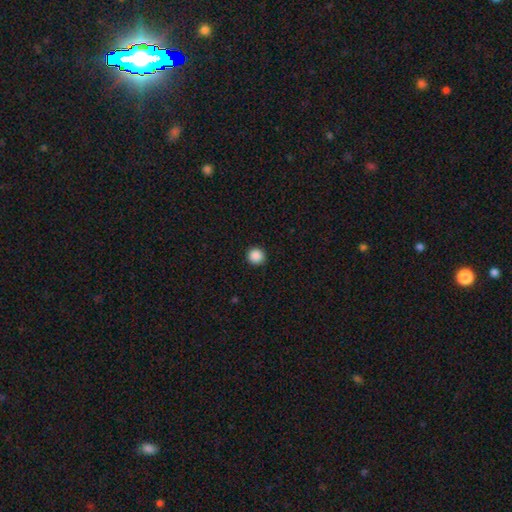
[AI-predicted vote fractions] Smooth or featured? smooth (88%)
How rounded? round (95%)
Merging? none (92%)